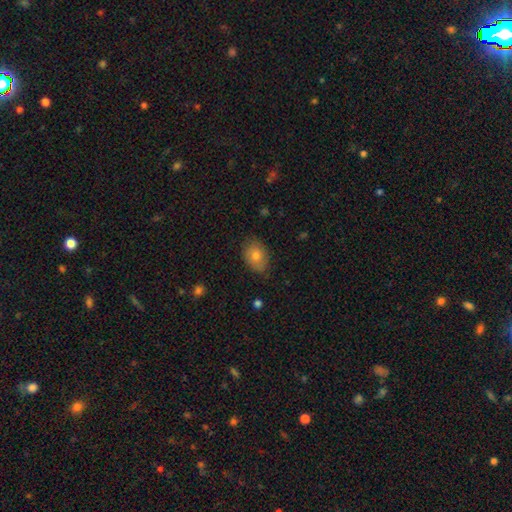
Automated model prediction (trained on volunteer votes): This appears to be a smooth galaxy with no disk features (77%) that is in between round and cigar-shaped (75%). Merging: none (82%).